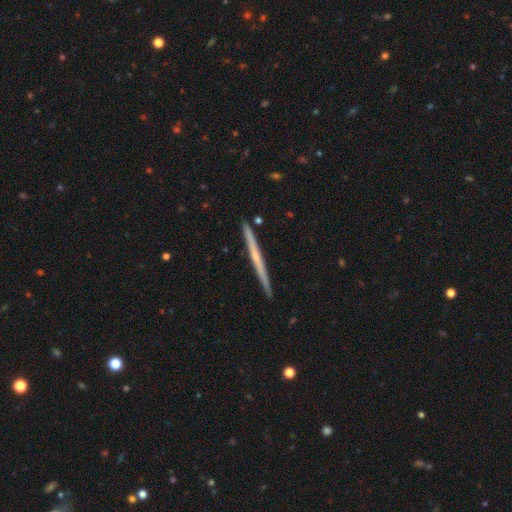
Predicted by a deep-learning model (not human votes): Smooth or featured?
  - featured or disk: 67% *
  - smooth: 27%
  - star or artifact: 5%
Edge-on disk?
  - yes: 98% *
  - no: 2%
Edge-on bulge?
  - none: 63% *
  - rounded: 32%
  - boxy: 5%
Merging?
  - none: 92% *
  - minor disturbance: 6%
  - merger: 1%
  - major disturbance: 1%